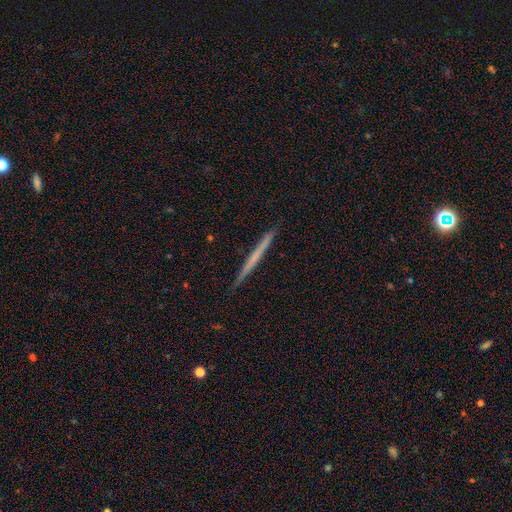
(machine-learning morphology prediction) This appears to be a featured or disk galaxy (48%). Merging: none (92%).